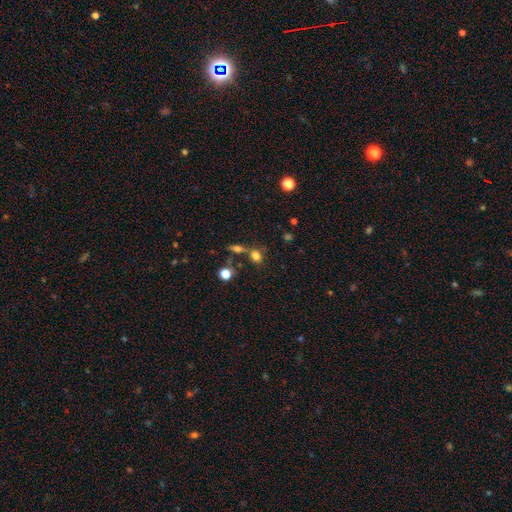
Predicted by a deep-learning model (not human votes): smooth-or-featured: smooth: 75% | star or artifact: 15% | featured or disk: 10%
  how-rounded: round: 48% (tied) | in between: 48% (tied) | cigar-shaped: 4%
  merging: none: 55% | merger: 26% | minor disturbance: 13% | major disturbance: 6%